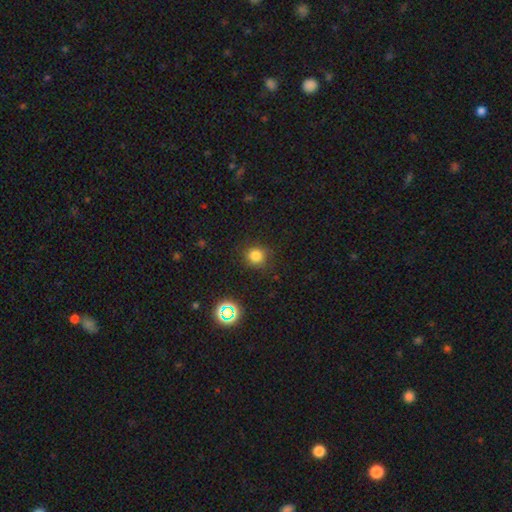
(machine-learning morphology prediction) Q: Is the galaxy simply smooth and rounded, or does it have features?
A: smooth — 78%.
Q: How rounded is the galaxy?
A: round — 88%.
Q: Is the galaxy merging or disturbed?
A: none — 84%.